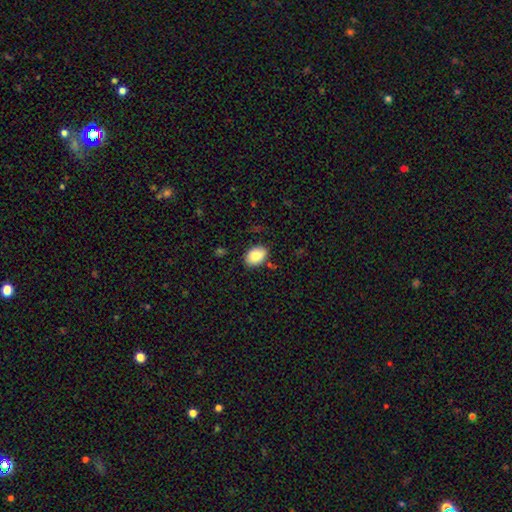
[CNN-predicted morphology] Smooth or featured? smooth (84%)
How rounded? in between (80%)
Merging? none (82%)